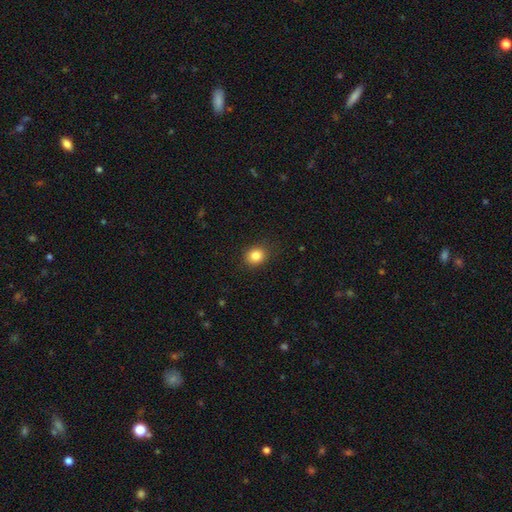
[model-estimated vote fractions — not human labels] smooth 84%, star or artifact 10%, featured or disk 5%. Down the decision tree: how rounded — round (71%); merging — none (87%).